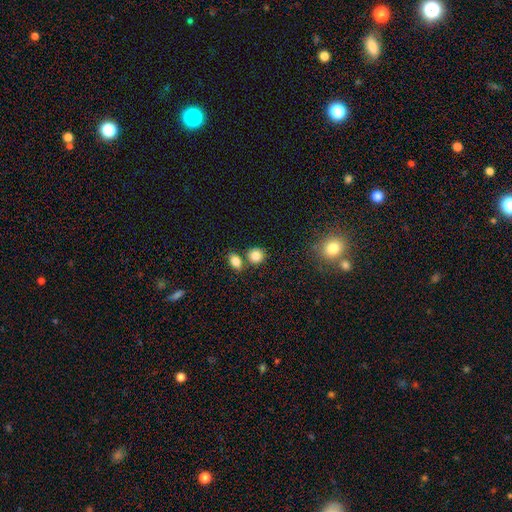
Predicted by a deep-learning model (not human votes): Smooth or featured? Predicted: smooth (p=0.85). How rounded? Predicted: round (p=0.79). Merging? Predicted: none (p=0.68).